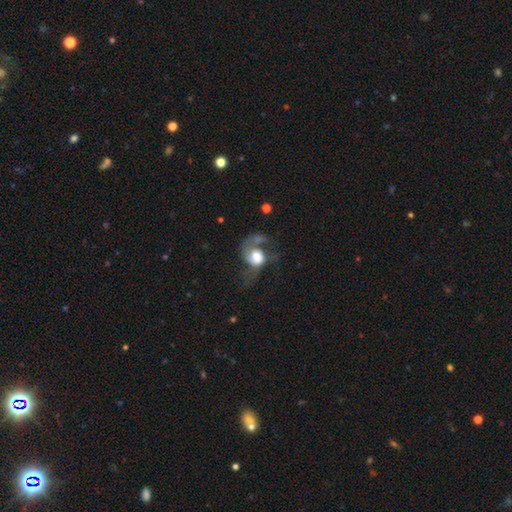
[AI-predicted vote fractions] Smooth or featured? Predicted: featured or disk (p=0.49). Merging? Predicted: major disturbance (p=0.54).